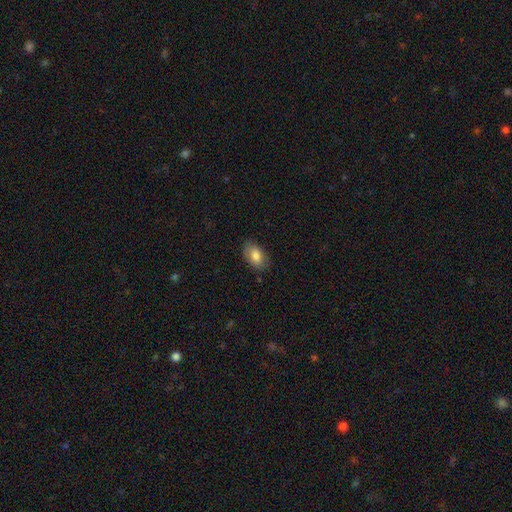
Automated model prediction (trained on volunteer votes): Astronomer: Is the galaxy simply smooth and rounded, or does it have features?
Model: smooth — 82%.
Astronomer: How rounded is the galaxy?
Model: in between — 91%.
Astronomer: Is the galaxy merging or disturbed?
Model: none — 82%.